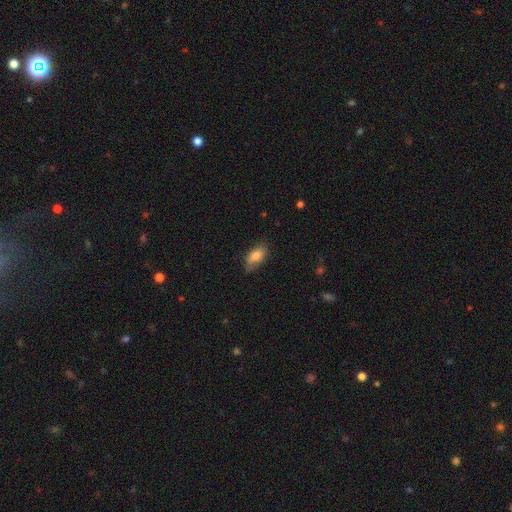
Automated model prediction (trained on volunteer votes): A smooth galaxy with no disk features (82%) that is in between round and cigar-shaped (90%). Merging: none (66%).